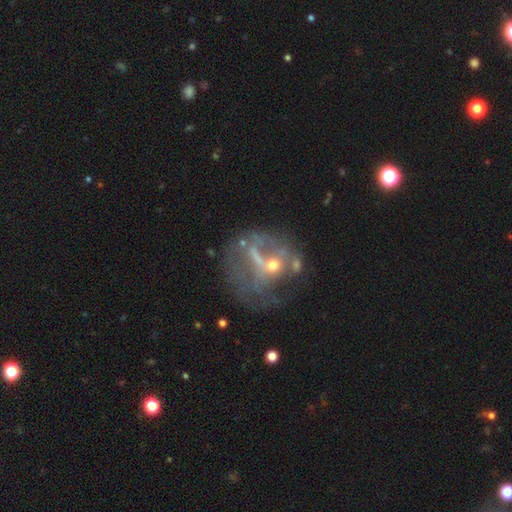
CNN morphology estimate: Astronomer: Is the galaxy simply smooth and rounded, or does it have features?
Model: featured or disk — 59%.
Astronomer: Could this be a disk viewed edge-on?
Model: no — 96%.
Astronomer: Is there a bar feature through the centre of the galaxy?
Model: no — 71%.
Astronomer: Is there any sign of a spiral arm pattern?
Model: no — 80%.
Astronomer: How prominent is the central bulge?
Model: small — 45% (runner-up: moderate, 35%).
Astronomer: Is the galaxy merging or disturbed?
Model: major disturbance — 38% (runner-up: none, 33%).